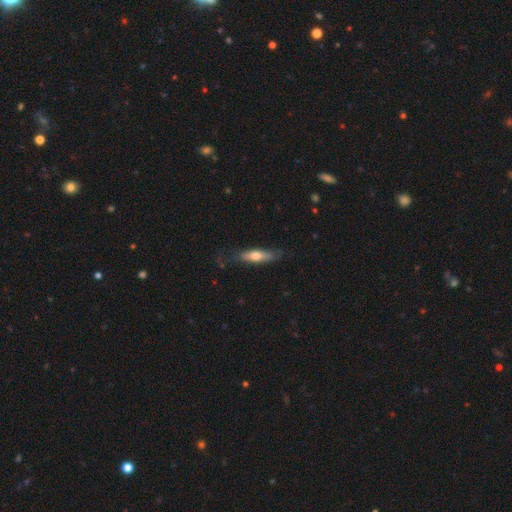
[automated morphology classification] smooth 59%, featured or disk 35%, star or artifact 6%. Down the decision tree: how rounded — cigar-shaped (62%); merging — none (68%).